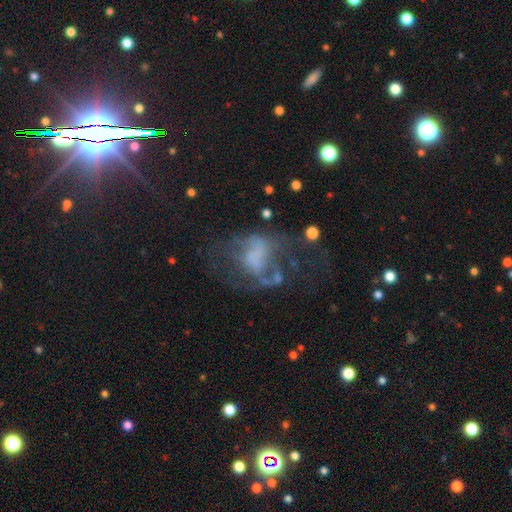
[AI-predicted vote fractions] smooth-or-featured: featured or disk: 57% | smooth: 26% | star or artifact: 18%
  disk-edge-on: no: 97% | yes: 3%
    bar: no: 75% | weak: 19% | strong: 7%
    has-spiral-arms: no: 68% | yes: 32%
    bulge-size: none: 62% | moderate: 14% | small: 13% | large: 8% | dominant: 2%
  merging: major disturbance: 47% | none: 29% | minor disturbance: 15% | merger: 9%